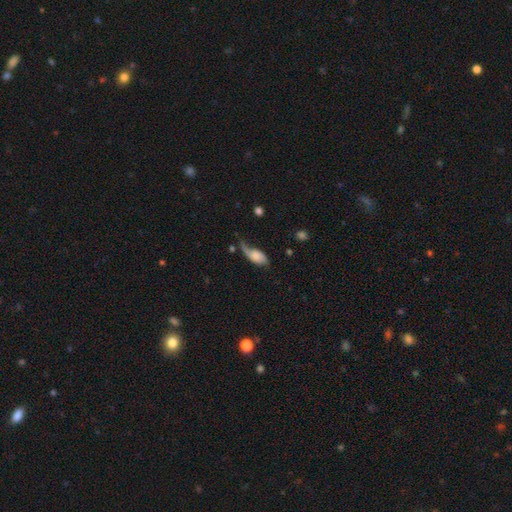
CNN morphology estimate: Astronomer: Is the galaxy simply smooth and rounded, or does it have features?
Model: smooth — 56% (runner-up: featured or disk, 36%).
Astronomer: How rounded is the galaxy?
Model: in between — 87%.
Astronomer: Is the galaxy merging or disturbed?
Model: major disturbance — 35% (runner-up: minor disturbance, 30%).